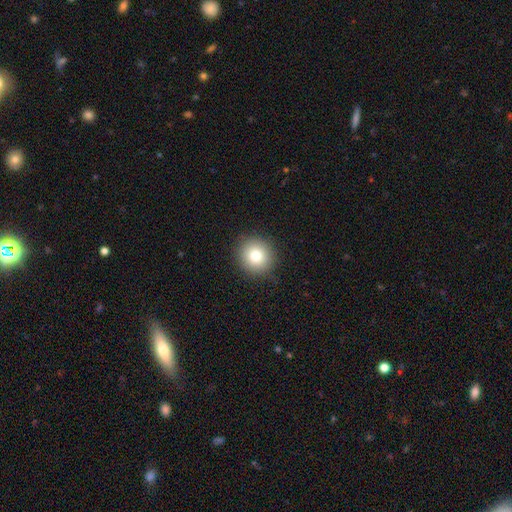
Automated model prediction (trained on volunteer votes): Smooth or featured?
  - smooth: 81% *
  - star or artifact: 10%
  - featured or disk: 9%
How rounded?
  - round: 91% *
  - in between: 8%
  - cigar-shaped: 1%
Merging?
  - none: 90% *
  - minor disturbance: 7%
  - major disturbance: 2%
  - merger: 1%